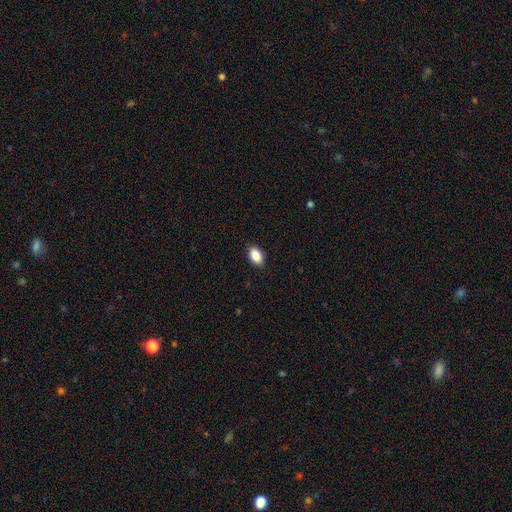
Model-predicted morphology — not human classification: smooth_or_featured: smooth (p=0.88) [alt: star or artifact p=0.07]
how_rounded: in between (p=0.89) [alt: round p=0.09]
merging: none (p=0.88) [alt: minor disturbance p=0.09]